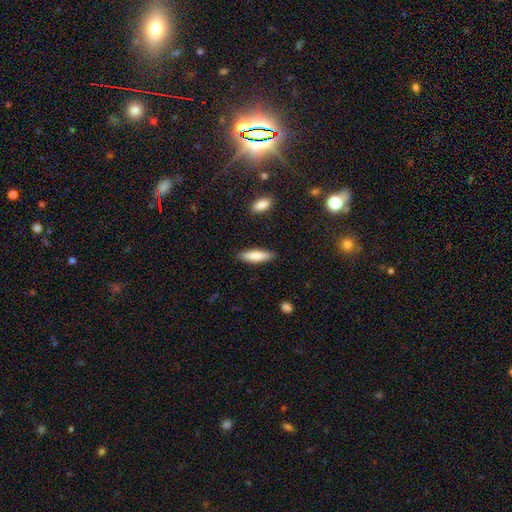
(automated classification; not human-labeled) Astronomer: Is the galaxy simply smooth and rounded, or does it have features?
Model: smooth — 79%.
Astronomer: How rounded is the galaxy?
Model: cigar-shaped — 58% (runner-up: in between, 41%).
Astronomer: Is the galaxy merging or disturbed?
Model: none — 87%.